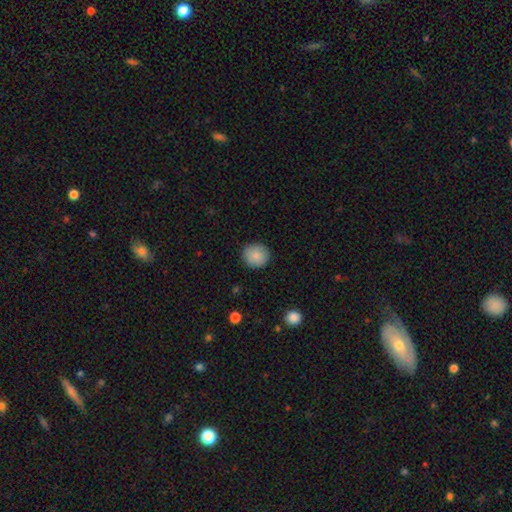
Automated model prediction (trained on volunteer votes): A smooth galaxy with no disk features (84%) that is round (90%). Merging: none (89%).